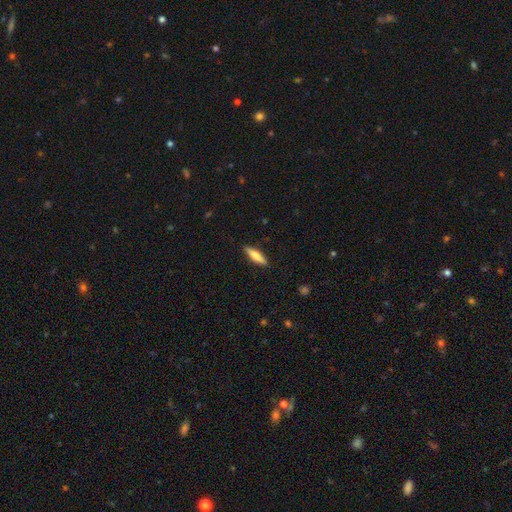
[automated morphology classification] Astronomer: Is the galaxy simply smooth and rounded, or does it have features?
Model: smooth — 65%.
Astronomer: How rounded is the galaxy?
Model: cigar-shaped — 72%.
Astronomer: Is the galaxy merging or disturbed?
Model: none — 89%.